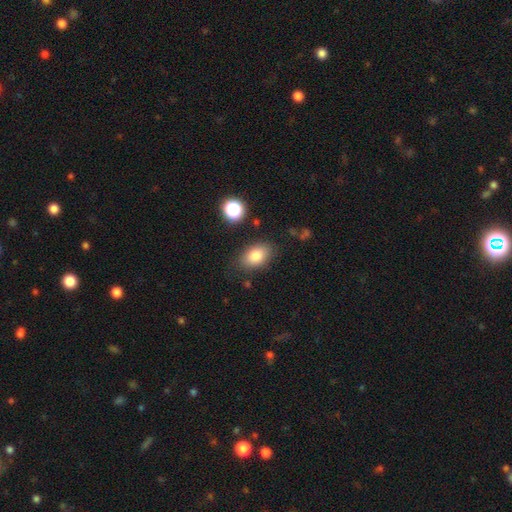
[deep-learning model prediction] smooth_or_featured: smooth (p=0.81) [alt: featured or disk p=0.10]
how_rounded: in between (p=0.86) [alt: round p=0.13]
merging: none (p=0.81) [alt: minor disturbance p=0.13]